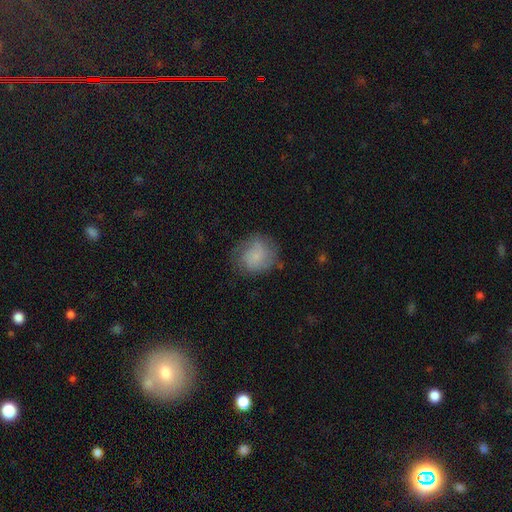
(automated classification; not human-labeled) Smooth or featured?
  - smooth: 61% *
  - featured or disk: 30%
  - star or artifact: 9%
How rounded?
  - round: 79% *
  - in between: 20%
  - cigar-shaped: 1%
Merging?
  - none: 65% *
  - minor disturbance: 23%
  - major disturbance: 11%
  - merger: 2%